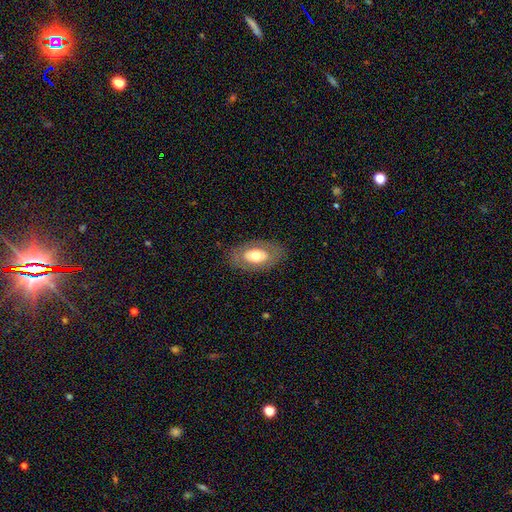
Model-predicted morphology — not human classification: Smooth or featured? smooth (55%)
How rounded? in between (90%)
Merging? none (80%)